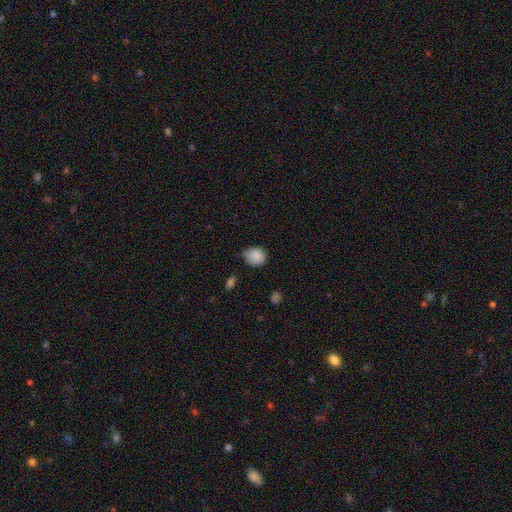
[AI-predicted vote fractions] Smooth or featured: smooth — 85% (star or artifact — 9%)
How rounded: round — 70% (in between — 29%)
Merging: none — 55% (minor disturbance — 37%)